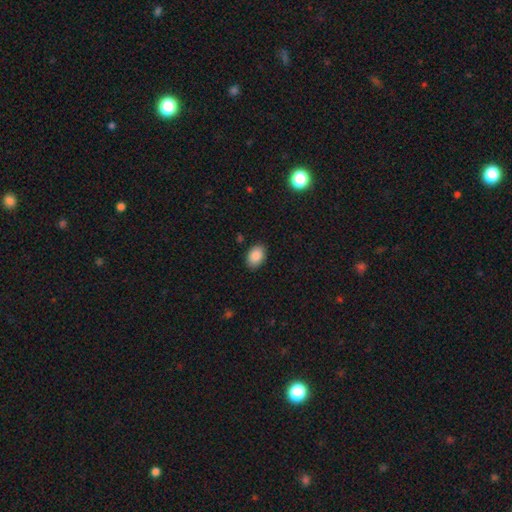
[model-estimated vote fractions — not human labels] smooth-or-featured: smooth: 88% | star or artifact: 8% | featured or disk: 4%
  how-rounded: in between: 83% | round: 16% | cigar-shaped: 1%
  merging: none: 87% | minor disturbance: 9% | major disturbance: 2% | merger: 1%